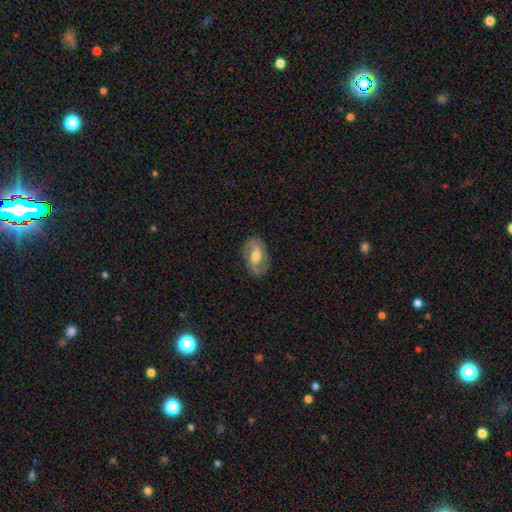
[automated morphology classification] A featured or disk galaxy (59%) with a weak bar (43%), spiral arms (78%) and a moderate central bulge (65%).

Vote fractions:
- Smooth or featured? featured or disk: 59% / smooth: 34% / star or artifact: 7%
- Edge-on disk? no: 94% / yes: 6%
- Bar? weak: 43% / no: 36% / strong: 21%
- Spiral arms? yes: 78% / no: 22%
- Bulge size? moderate: 65% / small: 16% / large: 15% / none: 2% / dominant: 1%
- Merging? none: 79% / minor disturbance: 15% / major disturbance: 5% / merger: 1%